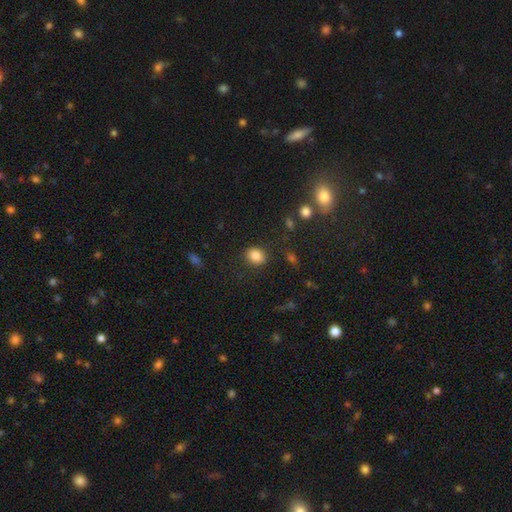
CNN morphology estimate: type=smooth (85%); roundness=round (57%); merging=none (85%).